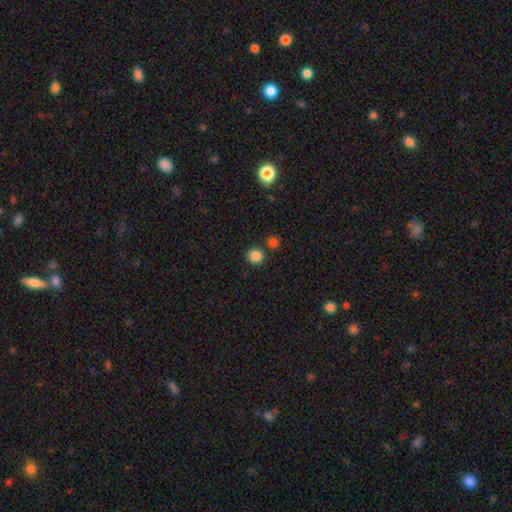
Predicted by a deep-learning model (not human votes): Smooth or featured? Predicted: smooth (p=0.84). How rounded? Predicted: round (p=0.94). Merging? Predicted: none (p=0.80).